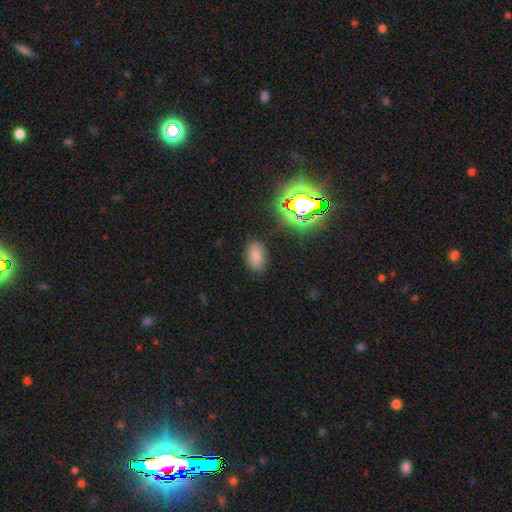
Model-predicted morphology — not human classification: This appears to be a smooth galaxy with no disk features (76%) that is in between round and cigar-shaped (89%). Merging: none (84%).